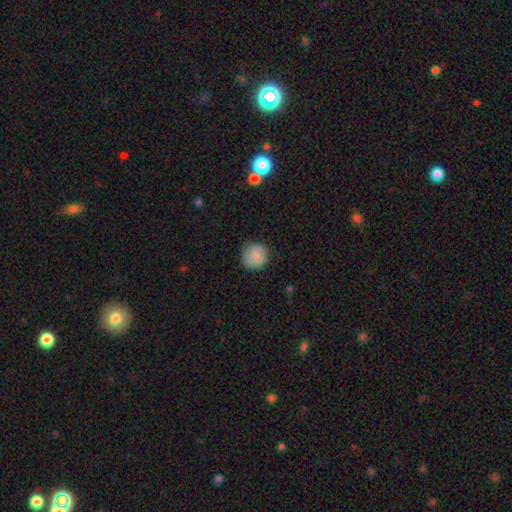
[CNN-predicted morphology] smooth-or-featured: smooth: 82% | featured or disk: 10% | star or artifact: 7%
  how-rounded: round: 89% | in between: 10% | cigar-shaped: 1%
  merging: none: 76% | minor disturbance: 19% | major disturbance: 4% | merger: 1%